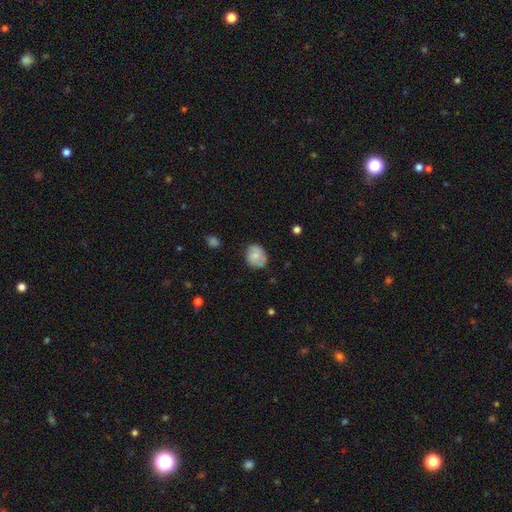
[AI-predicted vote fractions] Overall: smooth (66%). How rounded: round (58%; in between 41%). Merging: none (71%).